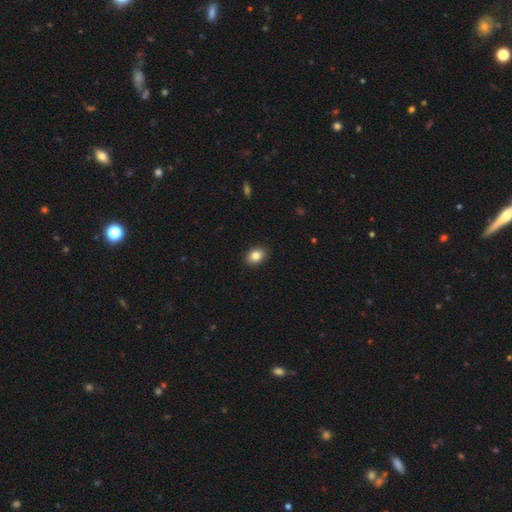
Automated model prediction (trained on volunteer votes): This is clearly a smooth galaxy (85%). How rounded: likely in between (71%). Merging: clearly none (90%).